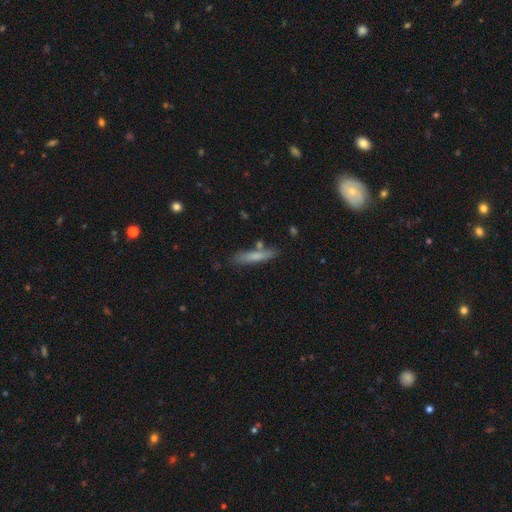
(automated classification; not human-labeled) A smooth galaxy with no disk features (71%) that is cigar-shaped (88%). Merging: none (77%).